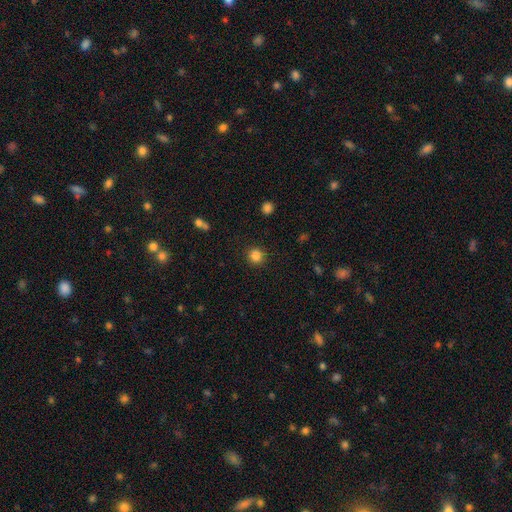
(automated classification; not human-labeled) The model was most divided on "smooth or featured": smooth: 84%, star or artifact: 11%, featured or disk: 4%. More confident: how rounded — round (93%); merging — none (91%).